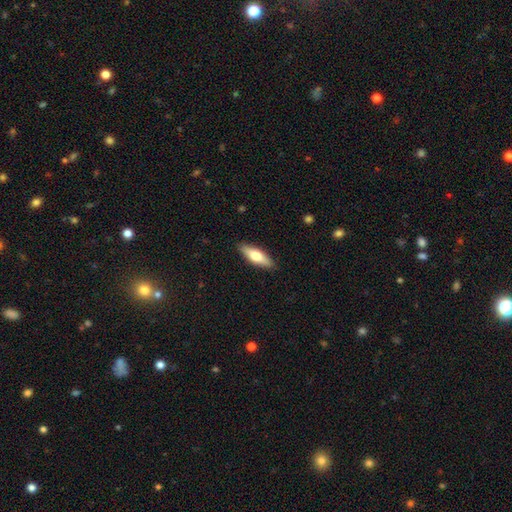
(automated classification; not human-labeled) Smooth or featured? Predicted: smooth (p=0.62). How rounded? Predicted: in between (p=0.54). Merging? Predicted: none (p=0.89).